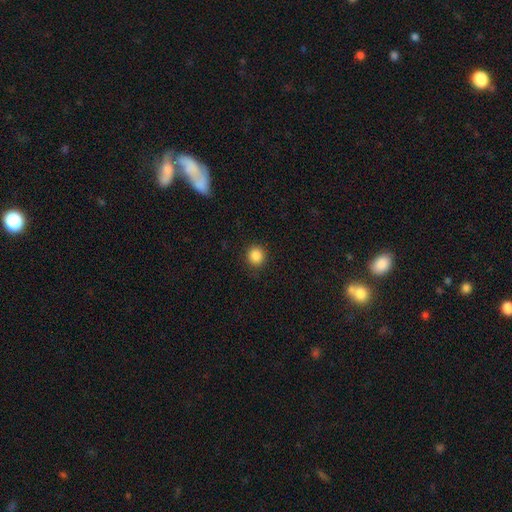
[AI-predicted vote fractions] A smooth galaxy with no disk features (87%) that is round (89%).

Vote fractions:
- Smooth or featured? smooth: 87% / star or artifact: 10% / featured or disk: 3%
- How rounded? round: 89% / in between: 10% / cigar-shaped: 1%
- Merging? none: 90% / minor disturbance: 7% / major disturbance: 2% / merger: 1%